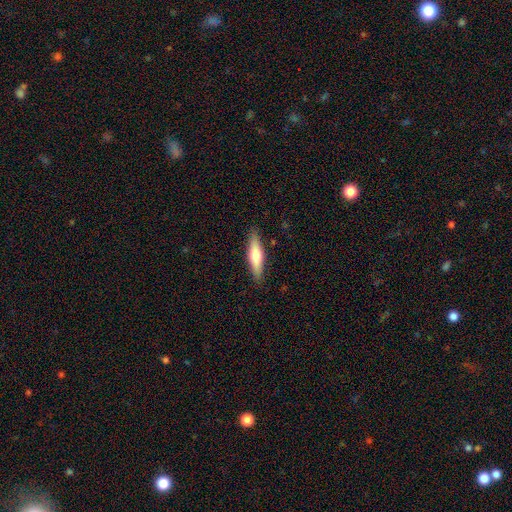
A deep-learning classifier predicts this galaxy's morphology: smooth-or-featured: smooth: 58% | featured or disk: 36% | star or artifact: 5%
  how-rounded: cigar-shaped: 70% | in between: 28% | round: 2%
  merging: none: 88% | minor disturbance: 9% | major disturbance: 2% | merger: 1%